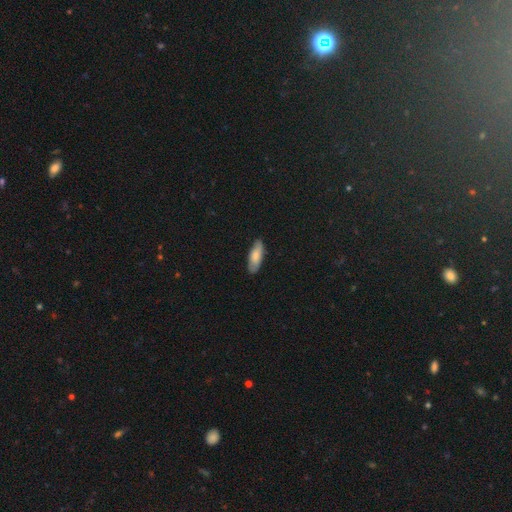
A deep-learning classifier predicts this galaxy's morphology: This appears to be a smooth galaxy with no disk features (75%) that is in between round and cigar-shaped (68%). Merging: none (84%).